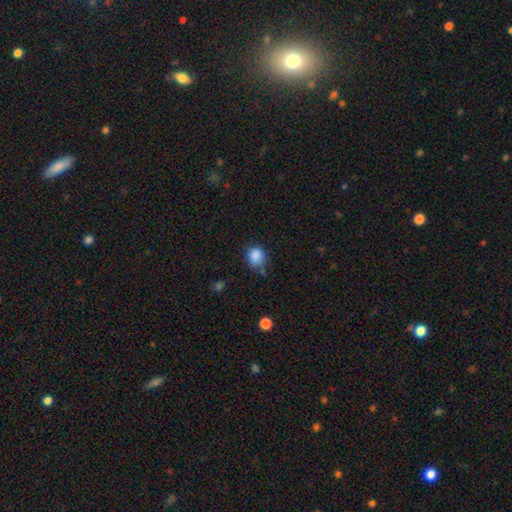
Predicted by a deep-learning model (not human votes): The model was most divided on "merging": none: 66%, minor disturbance: 23%, major disturbance: 6%, merger: 5%. More confident: smooth or featured — smooth (86%); how rounded — round (73%).